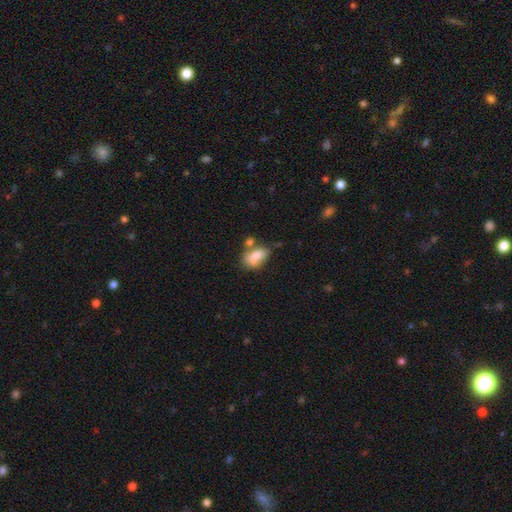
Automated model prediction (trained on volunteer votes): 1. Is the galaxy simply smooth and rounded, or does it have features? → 76% smooth, 15% featured or disk, 8% star or artifact.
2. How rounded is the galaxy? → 86% in between, 11% round, 3% cigar-shaped.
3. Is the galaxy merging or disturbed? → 41% none, 27% merger, 23% minor disturbance, 9% major disturbance.